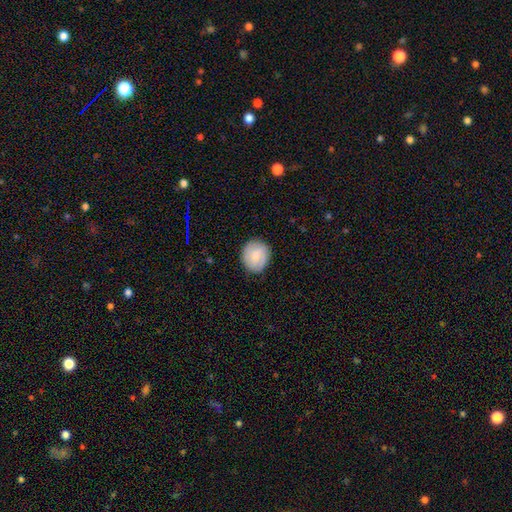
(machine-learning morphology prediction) Overall: smooth (68%). How rounded: round (80%). Merging: none (85%).